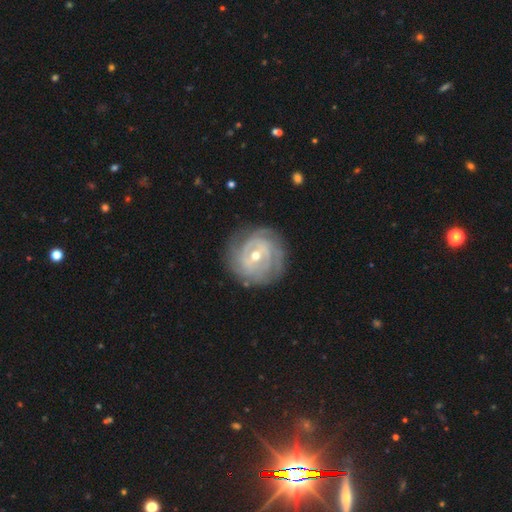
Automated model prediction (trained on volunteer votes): This appears to be a featured or disk galaxy (83%) with a weak bar (44%), tight (75%) spiral arms (93%) and a moderate central bulge (52%). Merging: none (79%).